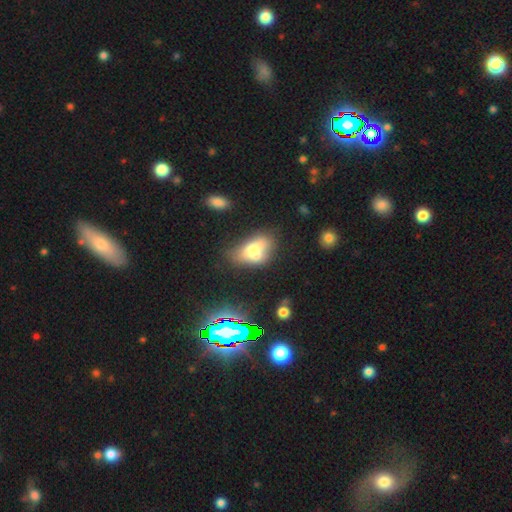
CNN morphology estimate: A smooth galaxy with no disk features (62%) that is in between round and cigar-shaped (83%). Merging: none (37%).